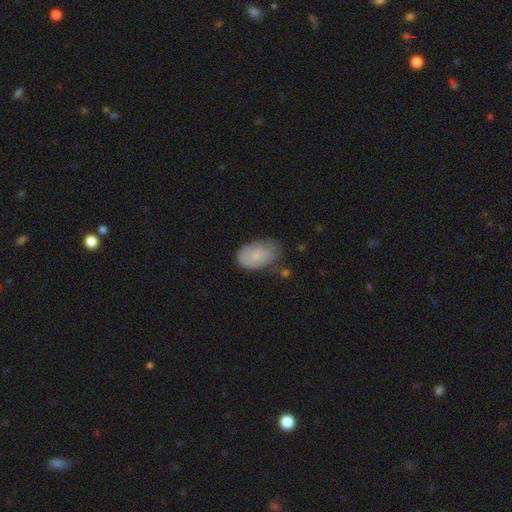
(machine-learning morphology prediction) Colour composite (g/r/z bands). It shows a smooth galaxy with no disk features (74%) that is in between round and cigar-shaped (89%). Merging: none (58%).